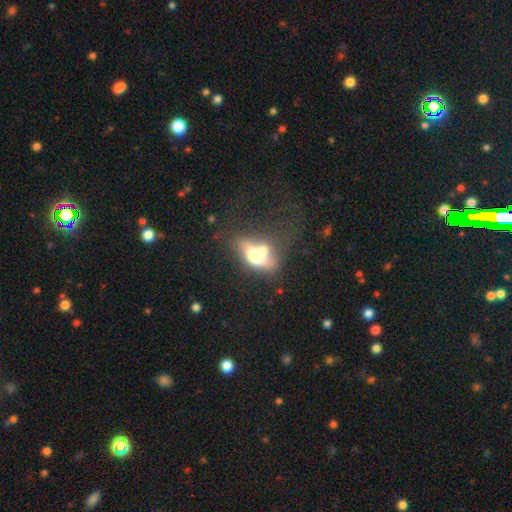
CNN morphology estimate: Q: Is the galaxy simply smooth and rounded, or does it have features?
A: smooth — 56%.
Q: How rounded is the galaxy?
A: in between — 74%.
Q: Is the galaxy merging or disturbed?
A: merger — 48%.